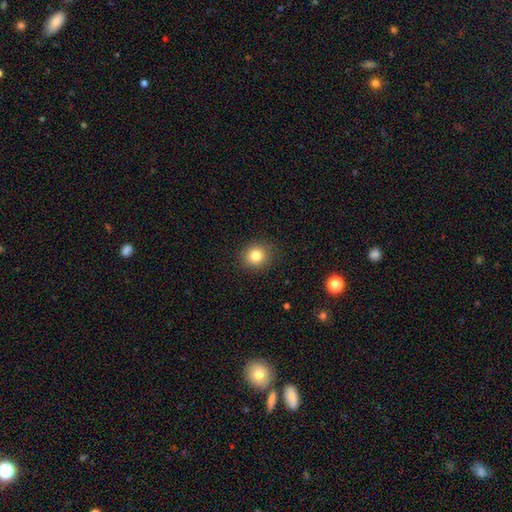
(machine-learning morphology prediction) smooth-or-featured: smooth: 82% | star or artifact: 11% | featured or disk: 7%
  how-rounded: round: 85% | in between: 14% | cigar-shaped: 1%
  merging: none: 89% | minor disturbance: 8% | major disturbance: 2% | merger: 1%